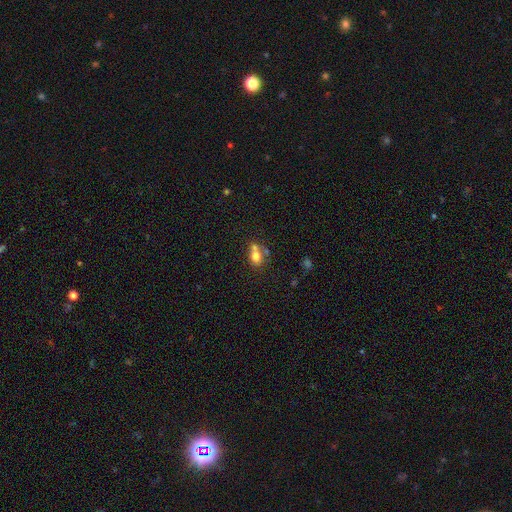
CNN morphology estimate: Smooth or featured? smooth (73%)
How rounded? in between (67%)
Merging? merger (44%)